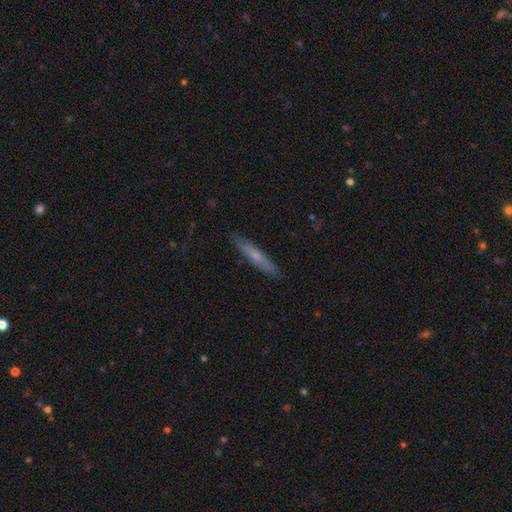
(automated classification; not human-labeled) This appears to be a smooth galaxy with no disk features (58%) that is cigar-shaped (93%). Merging: none (88%).